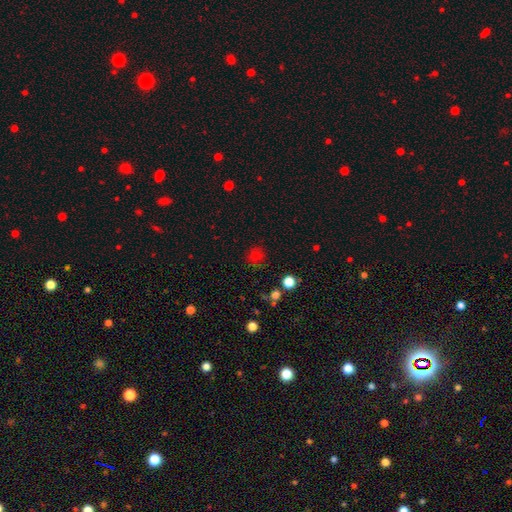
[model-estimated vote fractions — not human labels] Q: Smooth or featured?
A: smooth (68%); runner-up: star or artifact (24%)
Q: How rounded?
A: round (89%); runner-up: in between (10%)
Q: Merging?
A: none (79%); runner-up: minor disturbance (13%)